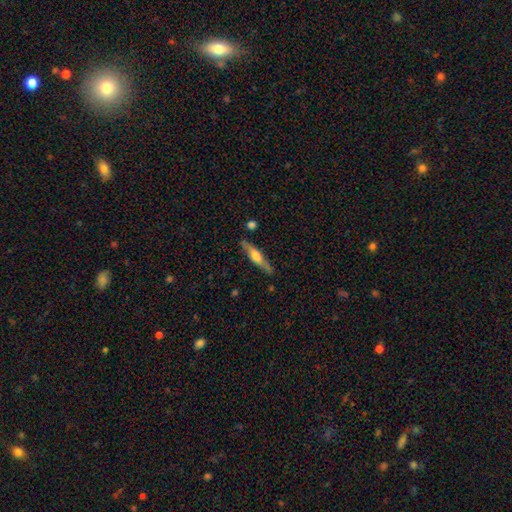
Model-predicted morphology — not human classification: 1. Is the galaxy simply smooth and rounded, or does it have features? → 55% featured or disk, 39% smooth, 6% star or artifact.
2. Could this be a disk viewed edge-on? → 92% yes, 8% no.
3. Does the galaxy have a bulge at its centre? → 89% rounded, 6% boxy, 5% none.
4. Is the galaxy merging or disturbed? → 85% none, 11% minor disturbance, 2% merger, 2% major disturbance.